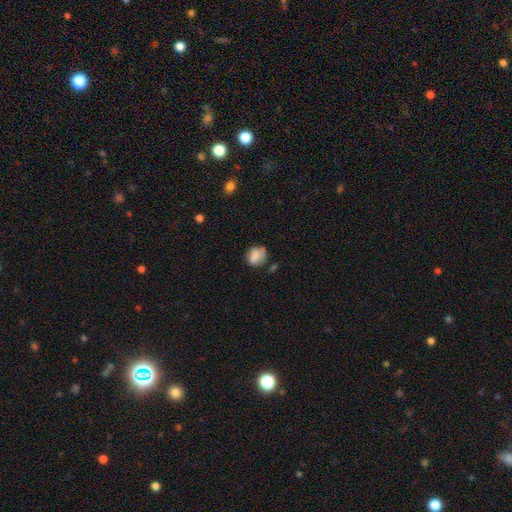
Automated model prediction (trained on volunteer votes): This is likely a smooth galaxy (75%). How rounded: likely round (65%). Merging: possibly none (59%).